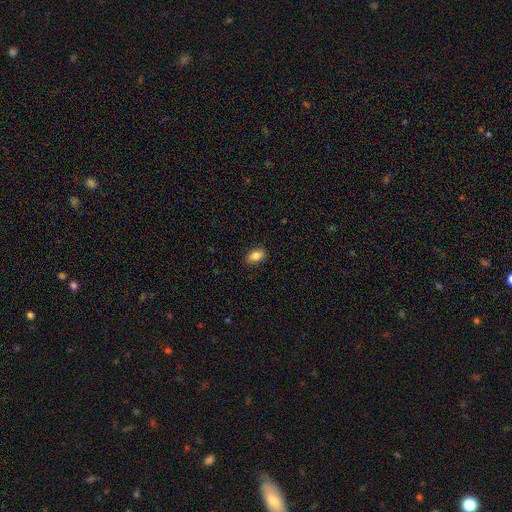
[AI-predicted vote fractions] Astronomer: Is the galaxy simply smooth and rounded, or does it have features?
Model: smooth — 85%.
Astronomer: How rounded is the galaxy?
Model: in between — 88%.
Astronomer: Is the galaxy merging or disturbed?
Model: none — 88%.